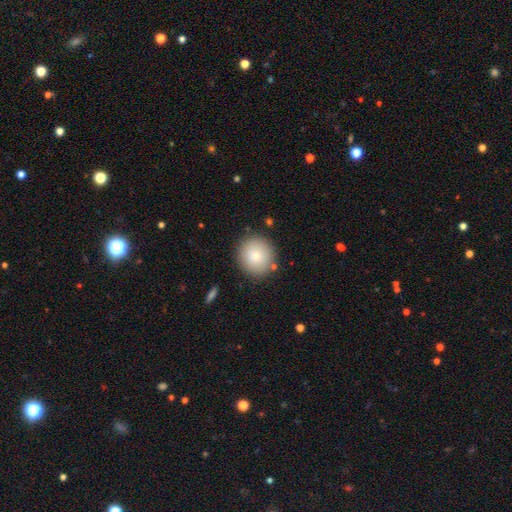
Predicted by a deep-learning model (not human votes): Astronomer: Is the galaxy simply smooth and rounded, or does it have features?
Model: smooth — 82%.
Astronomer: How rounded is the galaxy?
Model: round — 89%.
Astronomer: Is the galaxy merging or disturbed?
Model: none — 86%.